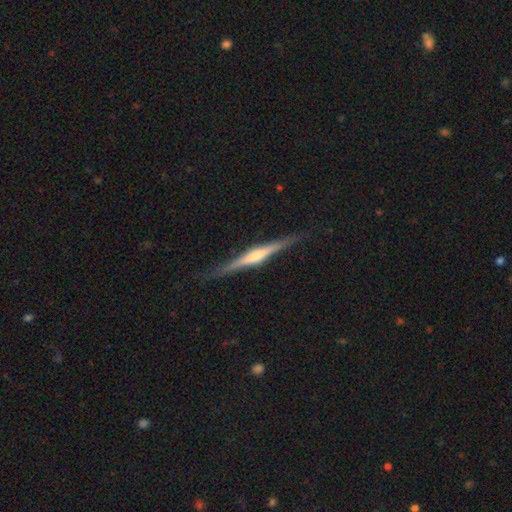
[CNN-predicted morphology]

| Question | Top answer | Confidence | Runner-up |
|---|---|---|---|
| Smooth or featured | featured or disk | 75% | smooth (19%) |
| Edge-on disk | yes | 98% | no (2%) |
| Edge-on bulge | rounded | 67% | none (18%) |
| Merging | none | 87% | minor disturbance (10%) |